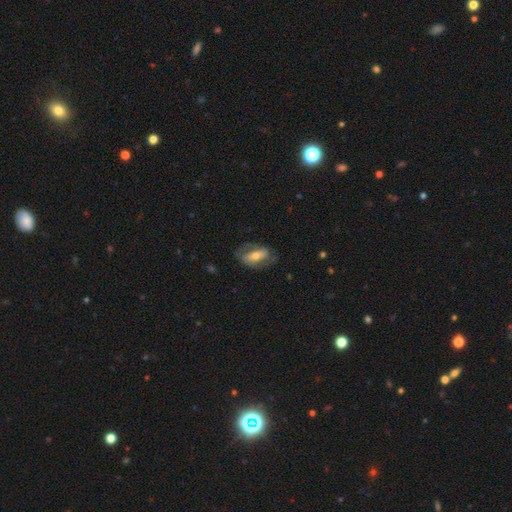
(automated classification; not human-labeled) Smooth or featured?
  - featured or disk: 57% *
  - smooth: 37%
  - star or artifact: 6%
Edge-on disk?
  - no: 89% *
  - yes: 11%
Bar?
  - strong: 43% *
  - no: 32%
  - weak: 25%
Spiral arms?
  - yes: 58% *
  - no: 42%
Bulge size?
  - moderate: 55% *
  - small: 35%
  - large: 7%
  - none: 2%
  - dominant: 1%
Merging?
  - none: 66% *
  - minor disturbance: 19%
  - major disturbance: 13%
  - merger: 1%